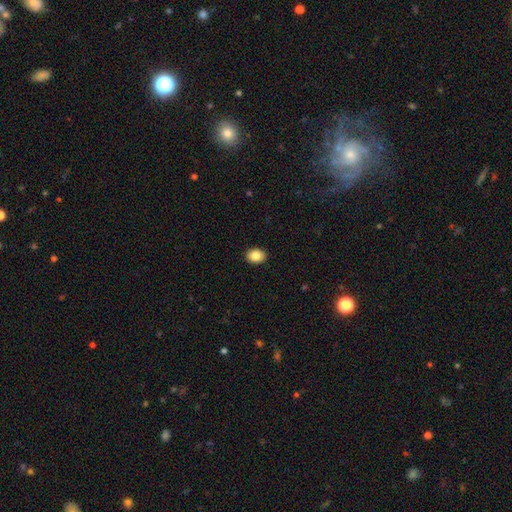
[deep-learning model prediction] Smooth or featured? Predicted: smooth (p=0.86). How rounded? Predicted: in between (p=0.63). Merging? Predicted: none (p=0.91).